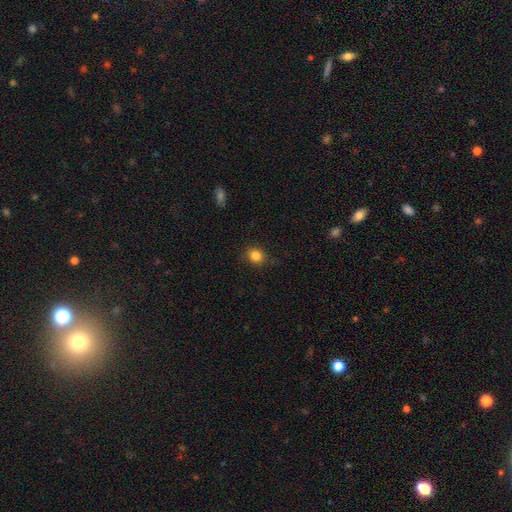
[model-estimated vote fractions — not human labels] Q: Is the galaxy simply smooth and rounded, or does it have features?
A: smooth — 84%.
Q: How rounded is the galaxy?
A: round — 78%.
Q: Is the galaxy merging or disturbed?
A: none — 85%.